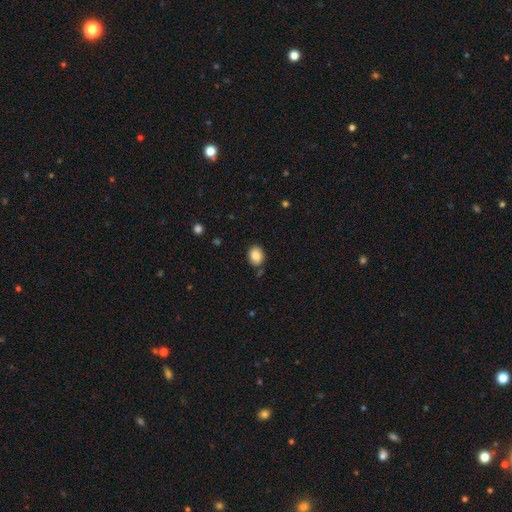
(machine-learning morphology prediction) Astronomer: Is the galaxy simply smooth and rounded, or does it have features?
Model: smooth — 85%.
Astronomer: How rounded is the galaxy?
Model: round — 50% (runner-up: in between, 49%).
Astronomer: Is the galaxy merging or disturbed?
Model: none — 81%.